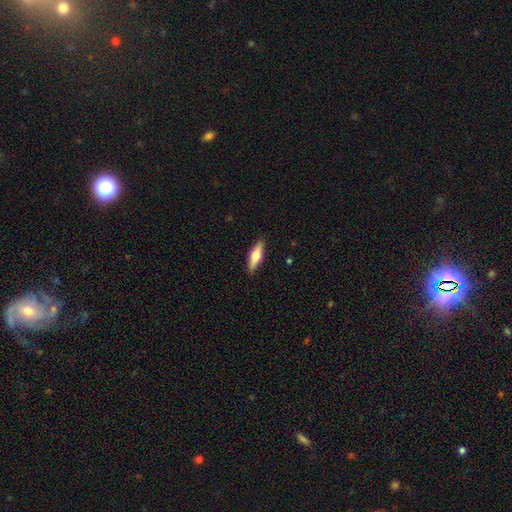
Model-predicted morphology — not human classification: smooth 50%, featured or disk 44%, star or artifact 6%. Down the decision tree: how rounded — cigar-shaped (59%); merging — none (89%).